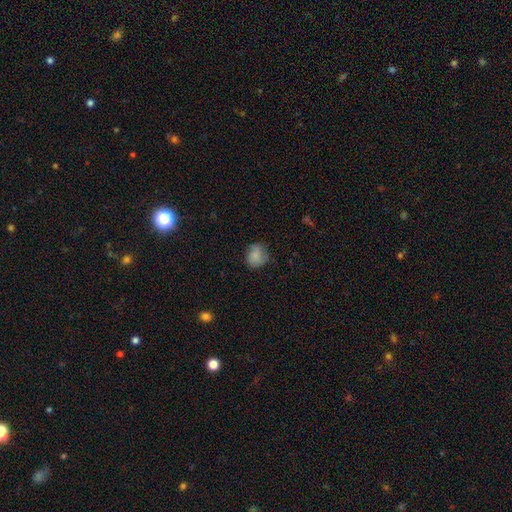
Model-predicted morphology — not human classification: This is clearly a smooth galaxy (81%). How rounded: likely round (73%). Merging: likely none (68%).